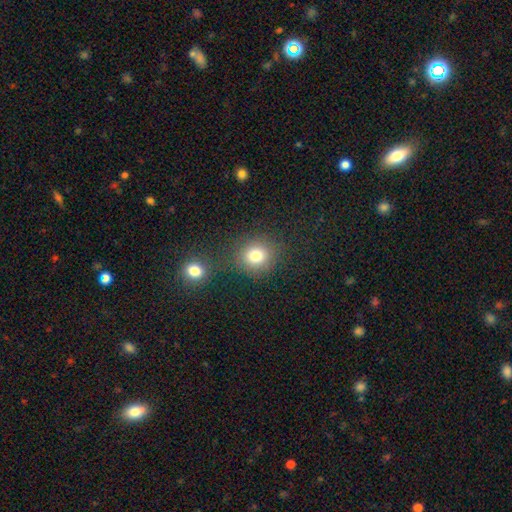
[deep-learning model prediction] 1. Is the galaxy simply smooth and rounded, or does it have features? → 79% smooth, 14% star or artifact, 7% featured or disk.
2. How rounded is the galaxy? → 80% round, 19% in between, 1% cigar-shaped.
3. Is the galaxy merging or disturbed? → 74% none, 12% merger, 9% minor disturbance, 4% major disturbance.